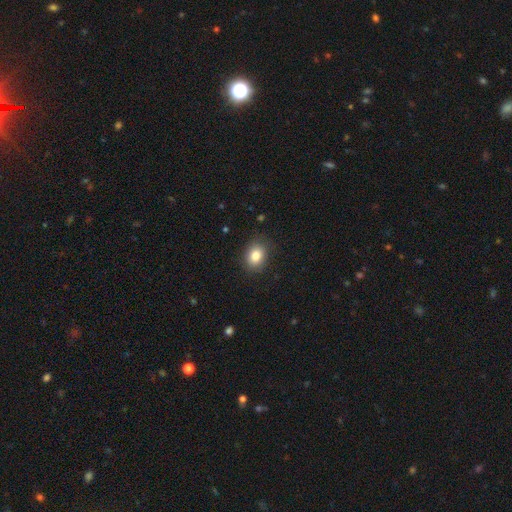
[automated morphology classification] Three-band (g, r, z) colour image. It shows a smooth galaxy with no disk features (82%) that is in between round and cigar-shaped (51%). Merging: none (86%).